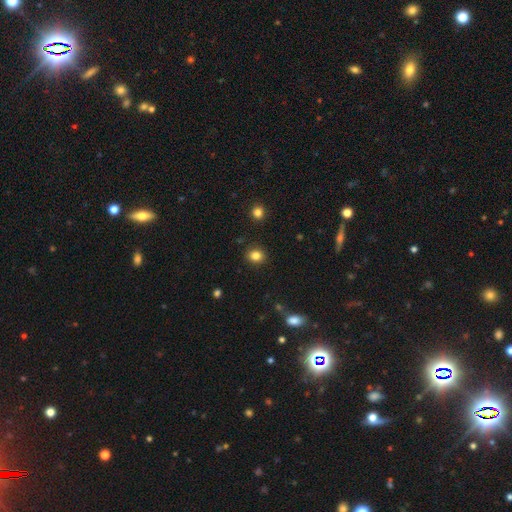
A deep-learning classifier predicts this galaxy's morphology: smooth_or_featured: smooth (p=0.84) [alt: star or artifact p=0.11]
how_rounded: round (p=0.67) [alt: in between p=0.32]
merging: none (p=0.88) [alt: minor disturbance p=0.08]